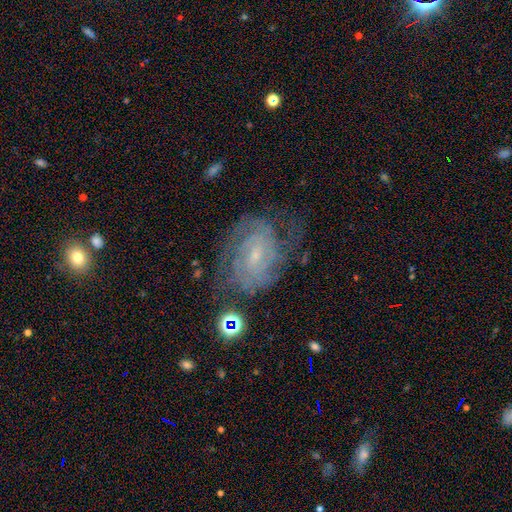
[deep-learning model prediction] Smooth or featured?
  - featured or disk: 80% *
  - smooth: 10%
  - star or artifact: 9%
Edge-on disk?
  - no: 97% *
  - yes: 3%
Bar?
  - weak: 48% *
  - no: 41%
  - strong: 11%
Spiral arms?
  - yes: 93% *
  - no: 7%
Spiral winding?
  - tight: 65% *
  - medium: 28%
  - loose: 7%
Spiral arm count?
  - can't tell: 41% *
  - 2: 28%
  - 3: 13%
  - 4: 8%
  - more than 4: 5%
  - 1: 5%
Bulge size?
  - small: 71% *
  - moderate: 21%
  - none: 6%
  - large: 2%
  - dominant: 1%
Merging?
  - none: 65% *
  - minor disturbance: 20%
  - major disturbance: 13%
  - merger: 2%